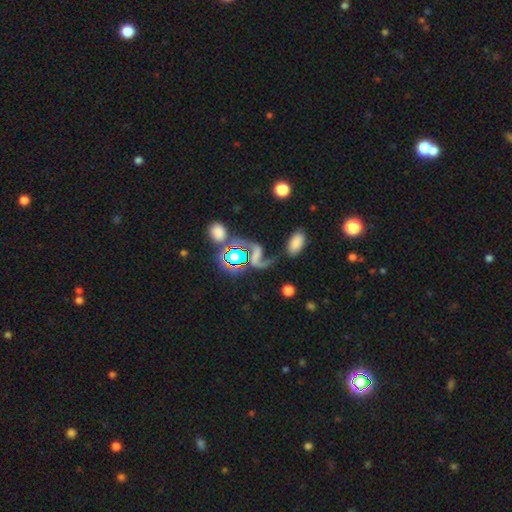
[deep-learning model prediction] Q: Smooth or featured?
A: featured or disk (55%); runner-up: star or artifact (24%)
Q: Edge-on disk?
A: no (94%); runner-up: yes (6%)
Q: Bar?
A: no (46%); runner-up: strong (27%)
Q: Spiral arms?
A: yes (82%); runner-up: no (18%)
Q: Bulge size?
A: none (31%); runner-up: small (22%)
Q: Merging?
A: none (40%); runner-up: major disturbance (25%)